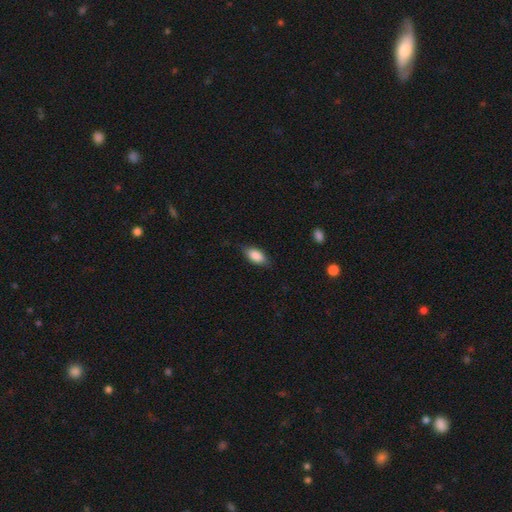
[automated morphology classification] Overall: smooth (85%). How rounded: in between (89%). Merging: none (78%).